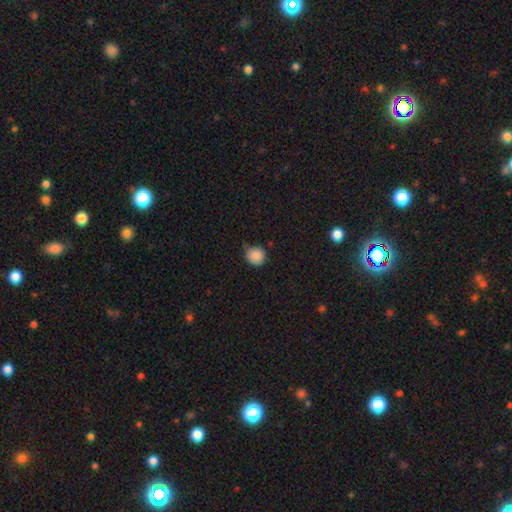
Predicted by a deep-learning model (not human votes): This is clearly a smooth galaxy (88%). How rounded: clearly round (91%). Merging: likely none (76%).